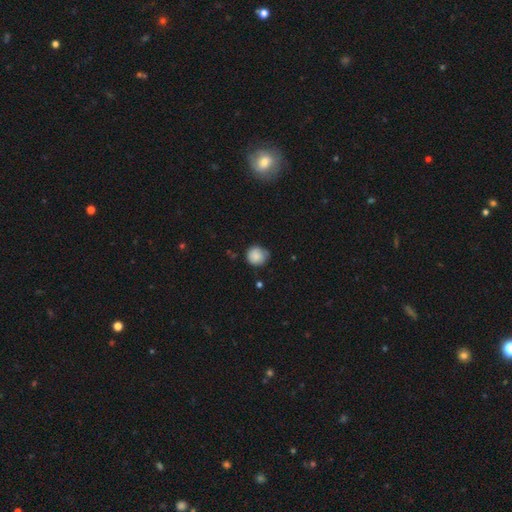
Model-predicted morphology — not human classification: Smooth or featured? Predicted: smooth (p=0.83). How rounded? Predicted: round (p=0.89). Merging? Predicted: none (p=0.66).